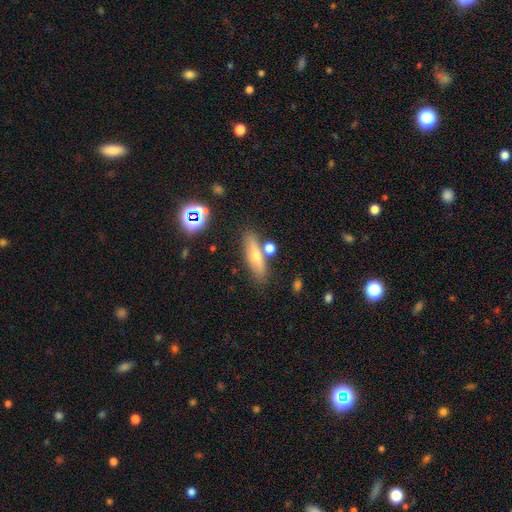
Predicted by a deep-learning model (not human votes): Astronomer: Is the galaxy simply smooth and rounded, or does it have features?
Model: smooth — 52% (runner-up: featured or disk, 36%).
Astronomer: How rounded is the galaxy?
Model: cigar-shaped — 60% (runner-up: in between, 36%).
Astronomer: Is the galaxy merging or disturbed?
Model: none — 76%.